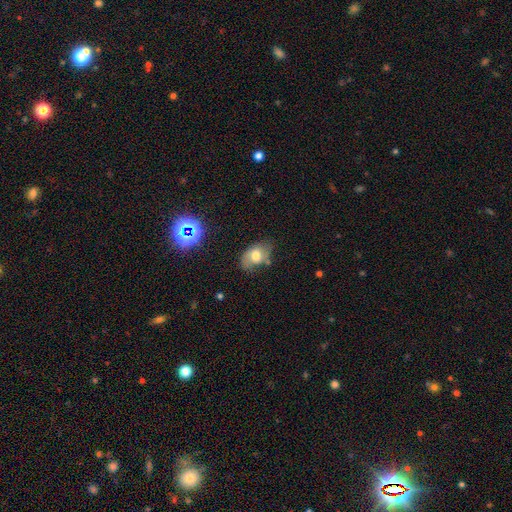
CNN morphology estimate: A smooth galaxy with no disk features (58%) that is in between round and cigar-shaped (83%).

Vote fractions:
- Smooth or featured? smooth: 58% / featured or disk: 30% / star or artifact: 13%
- How rounded? in between: 83% / round: 15% / cigar-shaped: 2%
- Merging? none: 61% / minor disturbance: 27% / major disturbance: 8% / merger: 4%